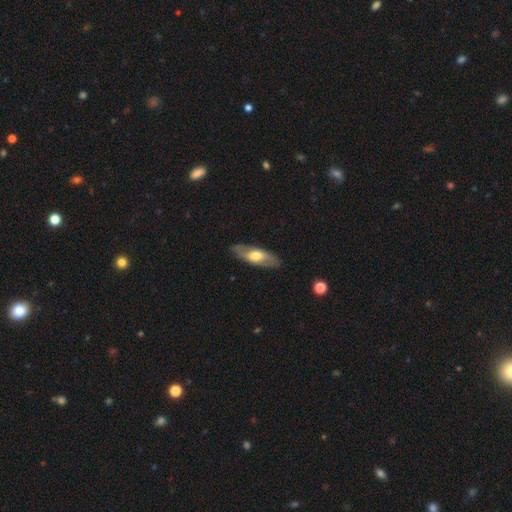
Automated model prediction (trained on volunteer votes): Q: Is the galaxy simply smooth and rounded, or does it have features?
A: featured or disk — 50%.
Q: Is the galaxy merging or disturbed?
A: none — 85%.